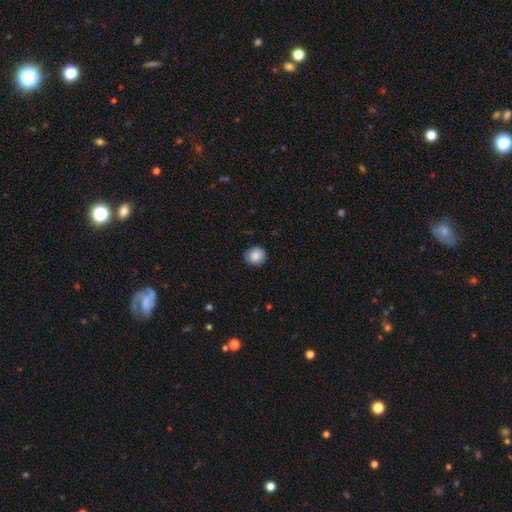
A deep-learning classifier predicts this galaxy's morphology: This appears to be a smooth galaxy with no disk features (86%) that is round (87%). Merging: none (85%).